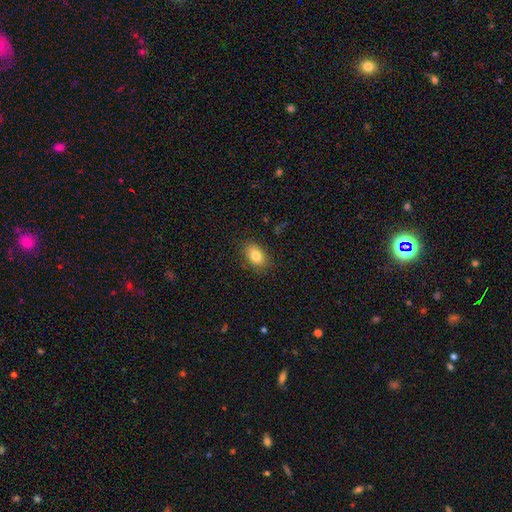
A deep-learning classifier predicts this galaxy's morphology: This is clearly a smooth galaxy (83%). How rounded: clearly in between (85%). Merging: clearly none (84%).